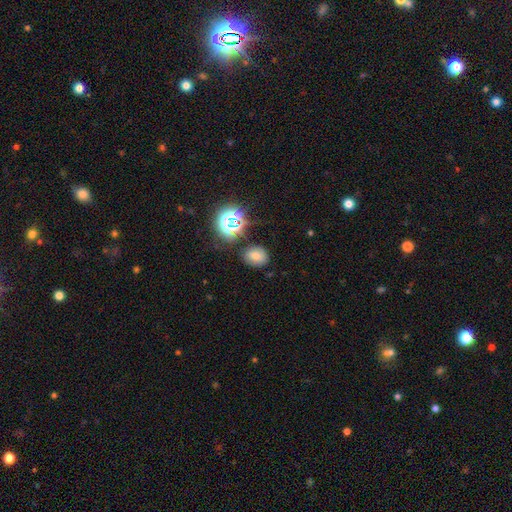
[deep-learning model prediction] Morphology: type=smooth (60%); roundness=round (59%); merging=none (82%).